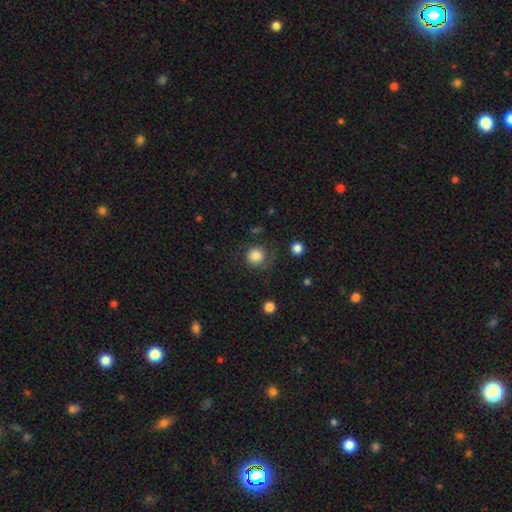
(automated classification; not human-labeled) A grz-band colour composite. It shows a smooth galaxy with no disk features (83%) that is round (92%). Merging: none (75%).